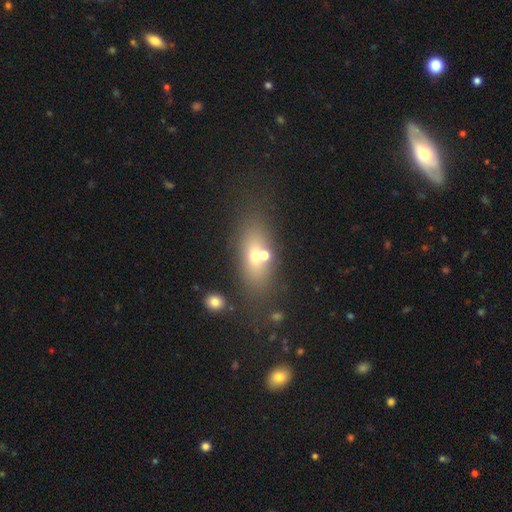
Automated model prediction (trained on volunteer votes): Smooth or featured? Predicted: smooth (p=0.55). How rounded? Predicted: in between (p=0.67). Merging? Predicted: none (p=0.59).